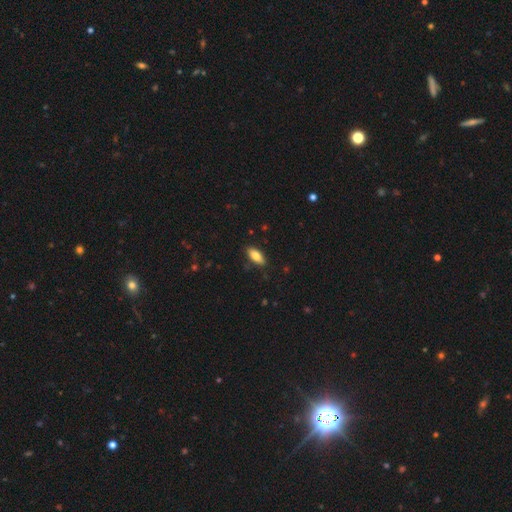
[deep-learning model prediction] smooth_or_featured: smooth (p=0.80) [alt: featured or disk p=0.14]
how_rounded: in between (p=0.82) [alt: cigar-shaped p=0.16]
merging: none (p=0.87) [alt: minor disturbance p=0.10]